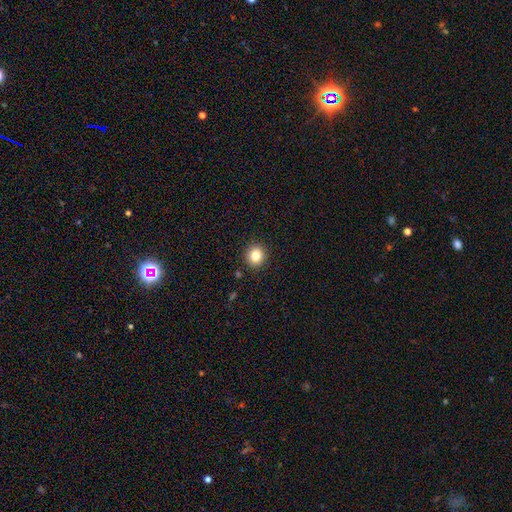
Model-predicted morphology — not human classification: Smooth or featured? smooth (82%)
How rounded? round (88%)
Merging? none (91%)